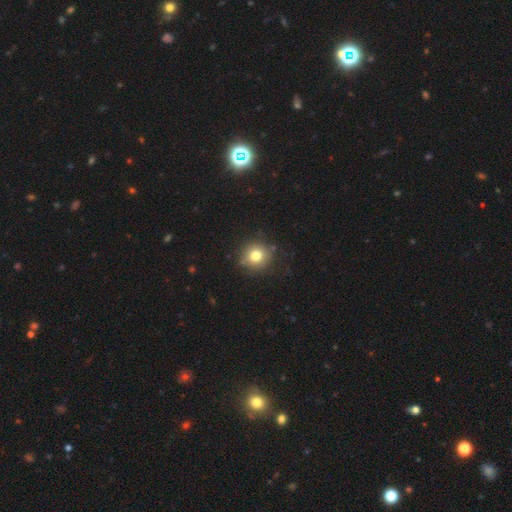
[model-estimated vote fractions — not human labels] Smooth or featured? smooth (78%)
How rounded? round (92%)
Merging? none (85%)